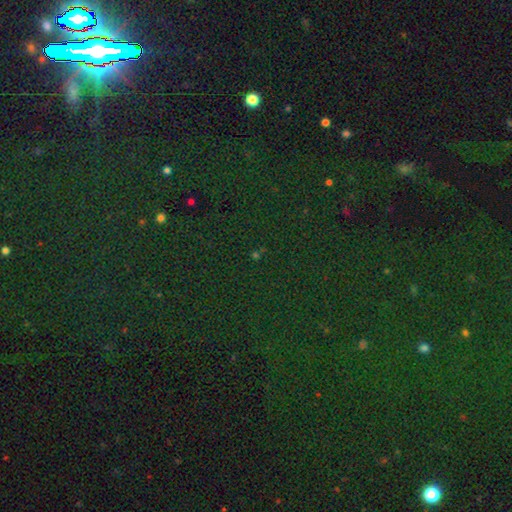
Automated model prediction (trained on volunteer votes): Overall: star or artifact (72%).